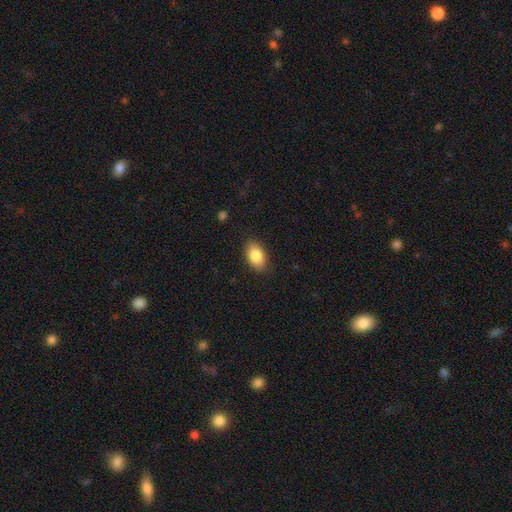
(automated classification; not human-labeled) This is clearly a smooth galaxy (85%). How rounded: clearly in between (90%). Merging: clearly none (87%).